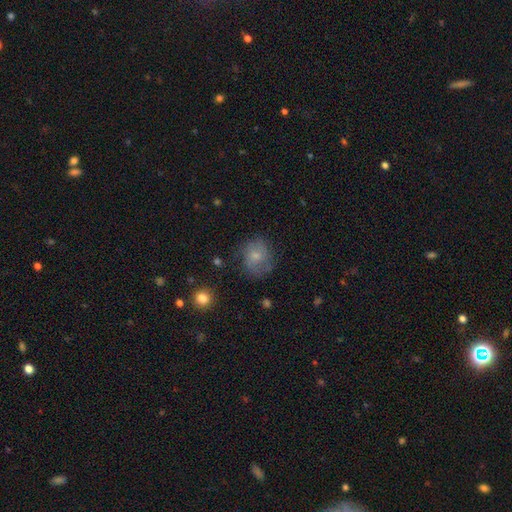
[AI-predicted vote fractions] A smooth galaxy with no disk features (59%) that is round (71%).

Vote fractions:
- Smooth or featured? smooth: 59% / featured or disk: 32% / star or artifact: 9%
- How rounded? round: 71% / in between: 28% / cigar-shaped: 1%
- Merging? none: 62% / minor disturbance: 23% / major disturbance: 12% / merger: 2%